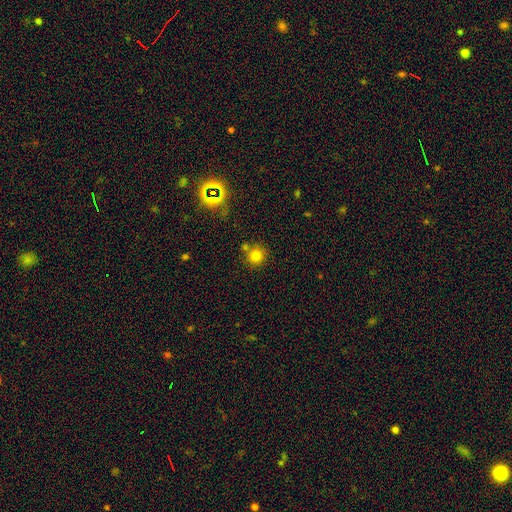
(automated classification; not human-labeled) This appears to be a smooth galaxy with no disk features (79%) that is round (91%). Merging: none (71%).